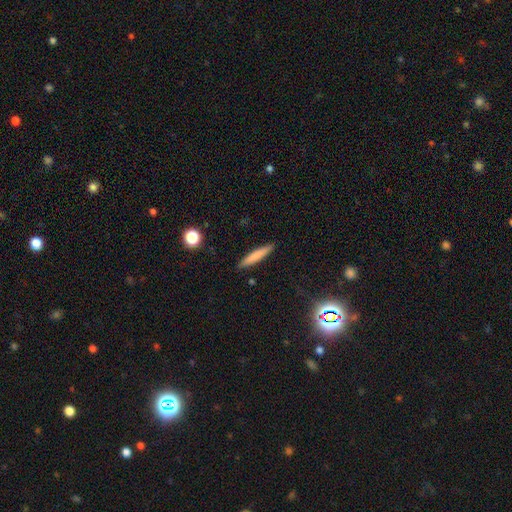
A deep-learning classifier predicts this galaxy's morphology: Smooth or featured: smooth — 75% (featured or disk — 18%)
How rounded: cigar-shaped — 92% (in between — 7%)
Merging: none — 89% (minor disturbance — 8%)